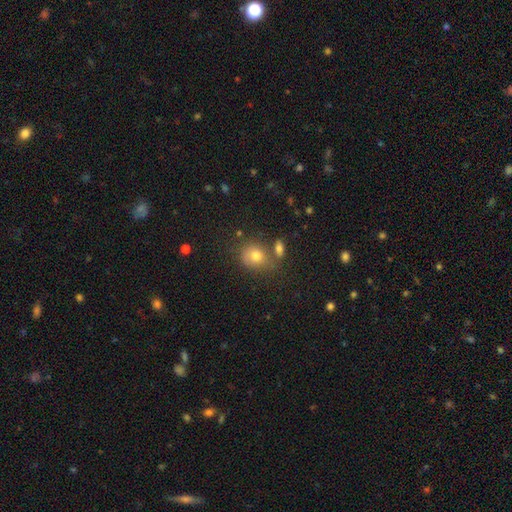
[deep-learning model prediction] Smooth or featured: smooth — 74% (star or artifact — 14%)
How rounded: round — 66% (in between — 33%)
Merging: none — 63% (merger — 16%)